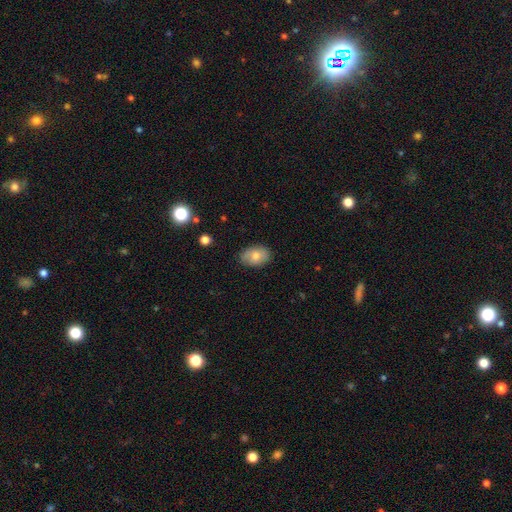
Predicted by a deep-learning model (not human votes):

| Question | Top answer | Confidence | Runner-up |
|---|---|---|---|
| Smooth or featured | smooth | 71% | featured or disk (20%) |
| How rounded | in between | 81% | round (18%) |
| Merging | none | 78% | minor disturbance (18%) |